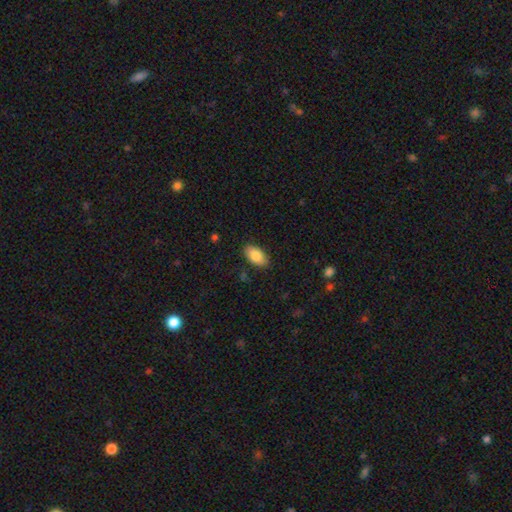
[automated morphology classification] Smooth or featured? Predicted: smooth (p=0.84). How rounded? Predicted: in between (p=0.94). Merging? Predicted: none (p=0.87).